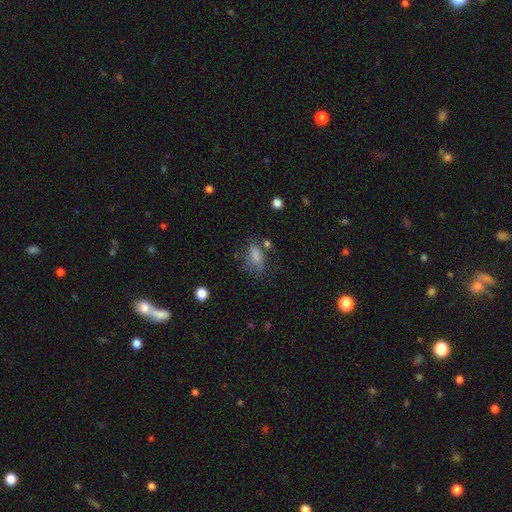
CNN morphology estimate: The model was most divided on "merging": none: 46%, minor disturbance: 27%, major disturbance: 19%, merger: 8%. More confident: how rounded — in between (85%); smooth or featured — smooth (77%).